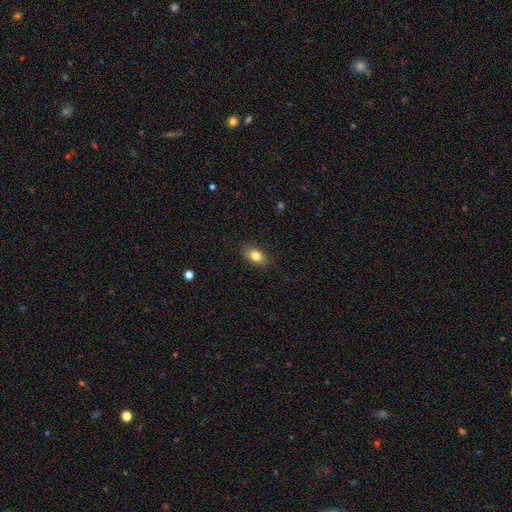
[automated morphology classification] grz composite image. It shows a smooth galaxy with no disk features (81%) that is in between round and cigar-shaped (85%). Merging: none (85%).